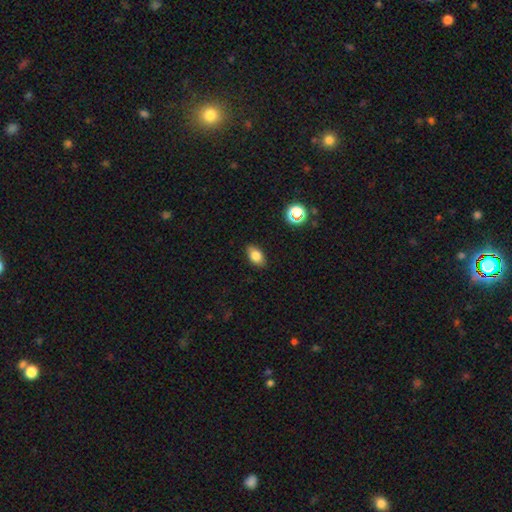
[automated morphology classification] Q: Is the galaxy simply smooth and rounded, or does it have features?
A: smooth — 81%.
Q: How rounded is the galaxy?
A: in between — 88%.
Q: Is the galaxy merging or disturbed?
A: none — 86%.